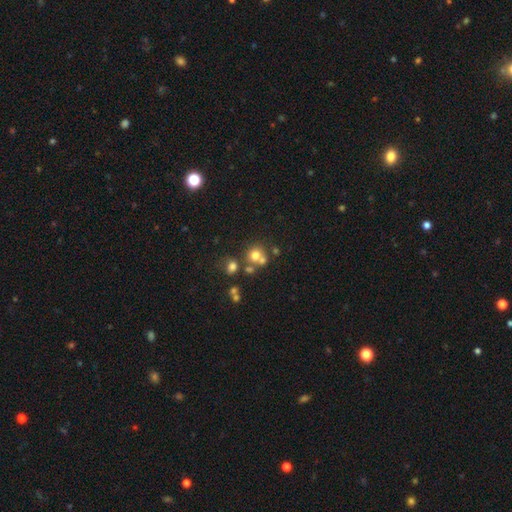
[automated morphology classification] Q: Smooth or featured?
A: smooth (68%); runner-up: star or artifact (16%)
Q: How rounded?
A: round (85%); runner-up: in between (14%)
Q: Merging?
A: none (53%); runner-up: merger (33%)